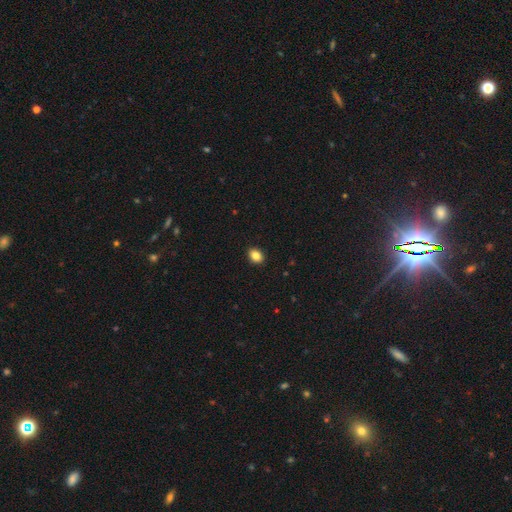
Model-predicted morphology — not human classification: Smooth or featured? Predicted: smooth (p=0.85). How rounded? Predicted: in between (p=0.61). Merging? Predicted: none (p=0.91).